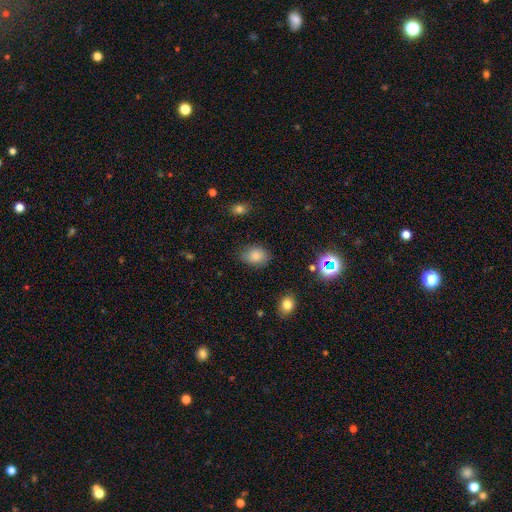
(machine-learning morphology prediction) smooth_or_featured: smooth (p=0.84) [alt: star or artifact p=0.11]
how_rounded: in between (p=0.73) [alt: round p=0.25]
merging: none (p=0.75) [alt: minor disturbance p=0.18]